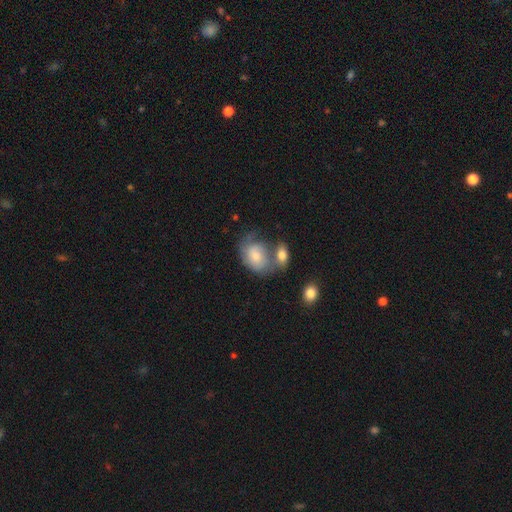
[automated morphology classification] Q: Smooth or featured?
A: smooth (64%); runner-up: featured or disk (29%)
Q: How rounded?
A: in between (74%); runner-up: round (25%)
Q: Merging?
A: merger (40%); runner-up: none (26%)